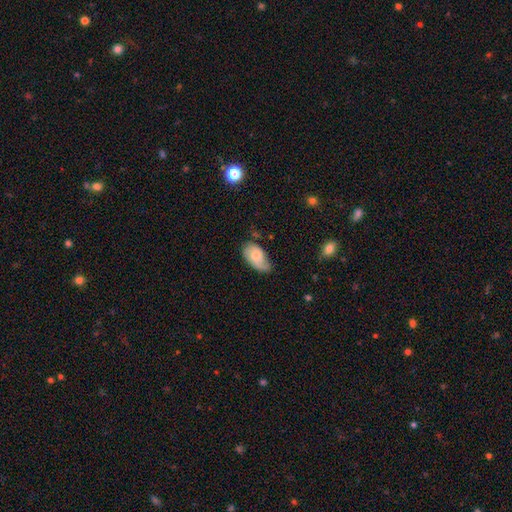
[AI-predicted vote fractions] smooth 52%, featured or disk 41%, star or artifact 7%. Down the decision tree: how rounded — in between (92%); merging — none (48%).